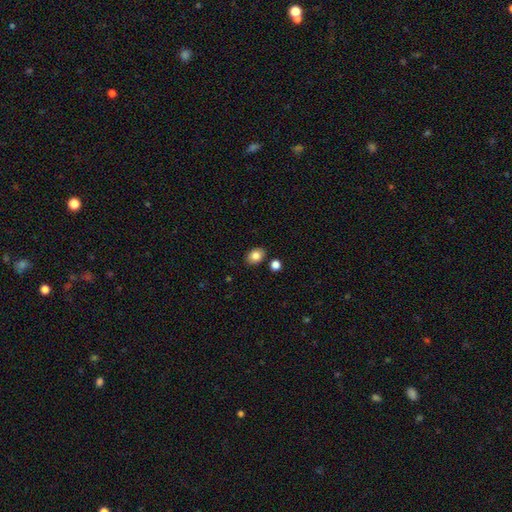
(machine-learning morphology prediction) smooth_or_featured: smooth (p=0.84) [alt: star or artifact p=0.09]
how_rounded: in between (p=0.73) [alt: round p=0.26]
merging: none (p=0.85) [alt: minor disturbance p=0.09]